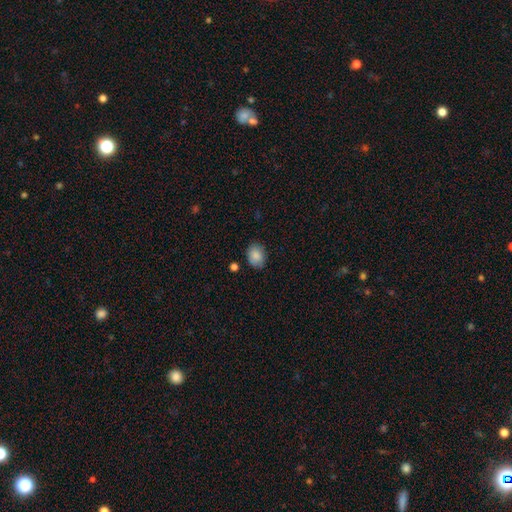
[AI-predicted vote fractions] The model was most divided on "how rounded": in between: 65%, round: 34%, cigar-shaped: 1%. More confident: smooth or featured — smooth (87%); merging — none (79%).